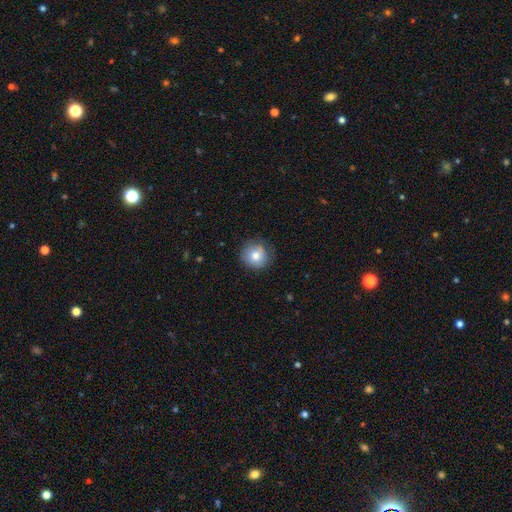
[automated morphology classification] smooth-or-featured: smooth: 78% | featured or disk: 13% | star or artifact: 9%
  how-rounded: round: 91% | in between: 8% | cigar-shaped: 1%
  merging: none: 79% | minor disturbance: 16% | major disturbance: 4% | merger: 1%